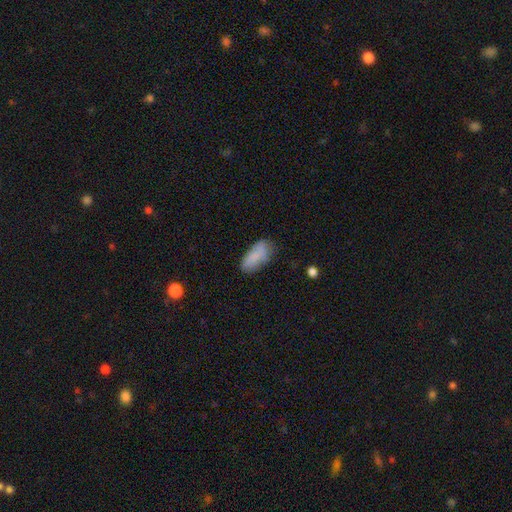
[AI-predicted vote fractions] smooth-or-featured: smooth: 82% | featured or disk: 10% | star or artifact: 8%
  how-rounded: in between: 88% | cigar-shaped: 9% | round: 3%
  merging: none: 62% | minor disturbance: 27% | major disturbance: 8% | merger: 3%